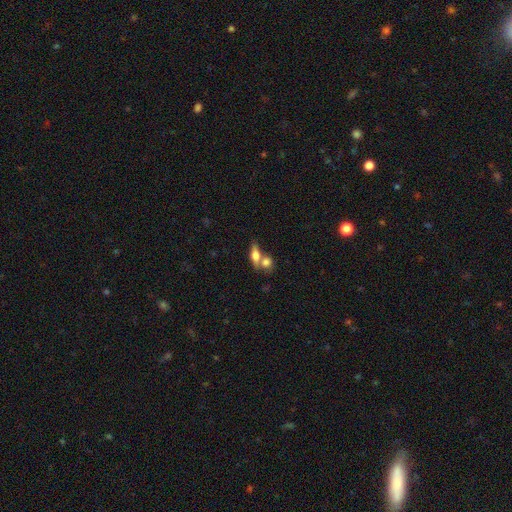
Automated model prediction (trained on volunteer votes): Overall: smooth (57%; featured or disk 34%). How rounded: in between (60%; cigar-shaped 25%). Merging: merger (47%; none 39%).